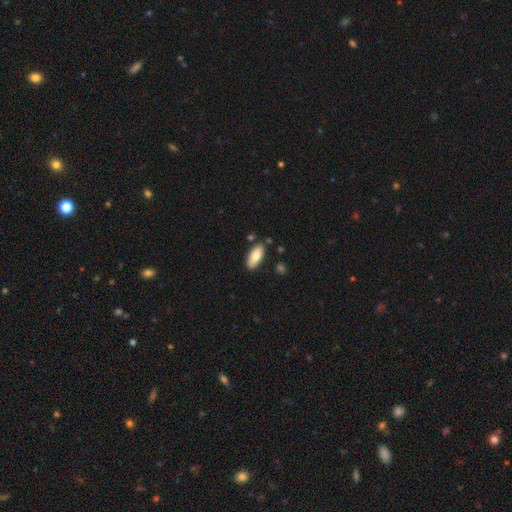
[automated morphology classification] This appears to be a smooth galaxy with no disk features (77%) that is in between round and cigar-shaped (86%). Merging: none (84%).